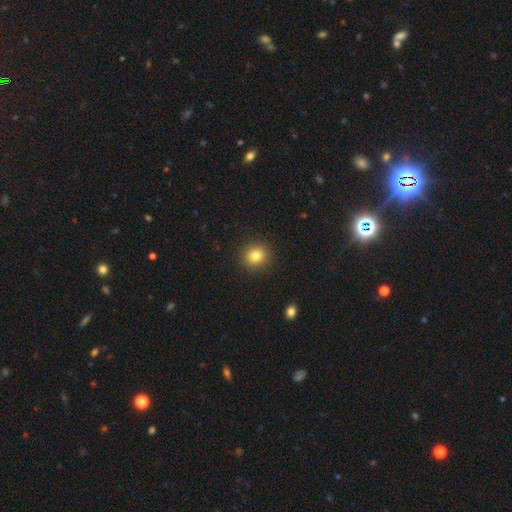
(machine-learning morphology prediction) This is clearly a smooth galaxy (82%). How rounded: clearly round (86%). Merging: clearly none (91%).